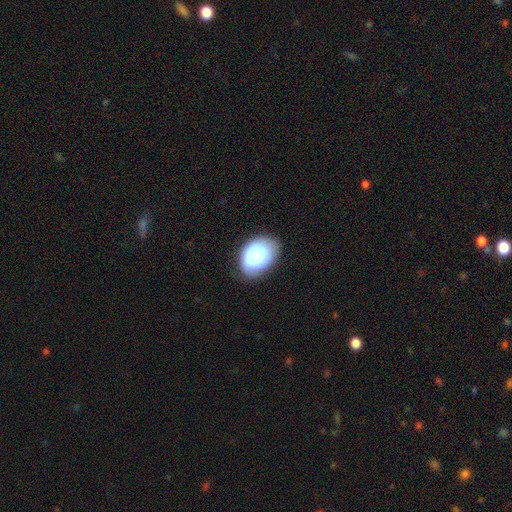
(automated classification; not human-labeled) Smooth or featured: smooth — 65% (featured or disk — 27%)
How rounded: in between — 72% (round — 27%)
Merging: none — 68% (minor disturbance — 22%)